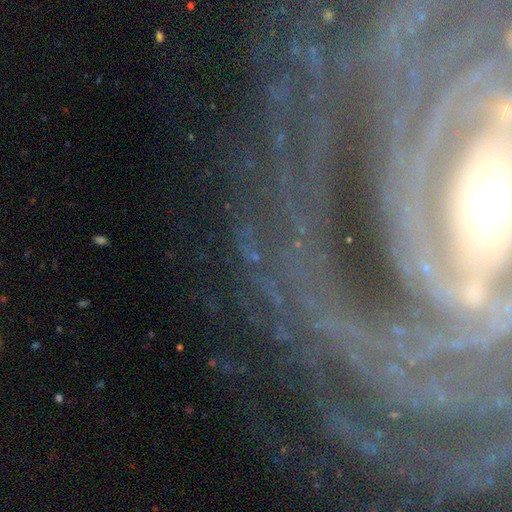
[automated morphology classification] Overall: featured or disk (75%). Edge-on disk: no (91%). Bar: strong (45%; no 28%). Spiral arms: yes (94%). Spiral arm count: can't tell (23%; 2 22%). Spiral winding: tight (71%). Bulge size: small (46%; moderate 37%). Merging: none (75%).